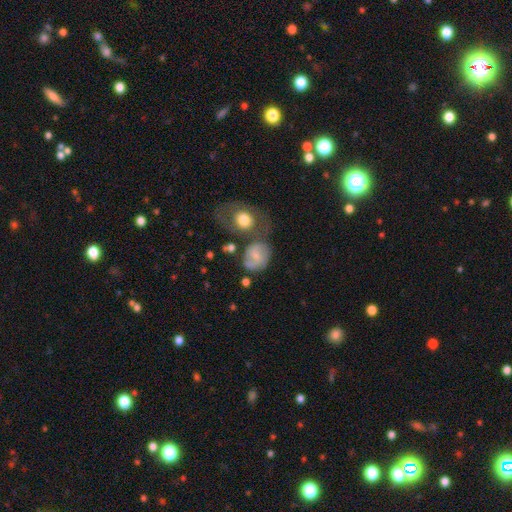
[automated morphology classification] Q: Smooth or featured?
A: smooth (58%); runner-up: featured or disk (34%)
Q: How rounded?
A: round (57%); runner-up: in between (42%)
Q: Merging?
A: none (50%); runner-up: minor disturbance (22%)